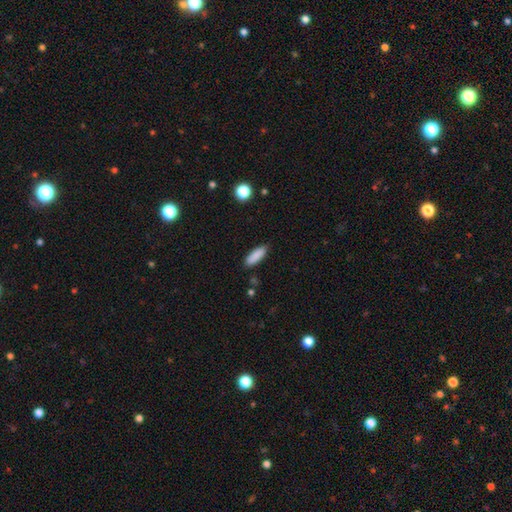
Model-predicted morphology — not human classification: A smooth galaxy with no disk features (88%) that is in between round and cigar-shaped (58%).

Vote fractions:
- Smooth or featured? smooth: 88% / star or artifact: 7% / featured or disk: 5%
- How rounded? in between: 58% / cigar-shaped: 40% / round: 2%
- Merging? none: 85% / minor disturbance: 11% / major disturbance: 2% / merger: 2%